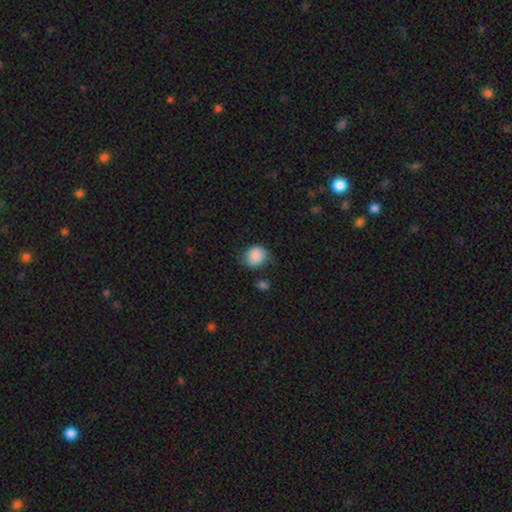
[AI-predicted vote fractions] Smooth or featured: smooth — 85% (star or artifact — 8%)
How rounded: round — 71% (in between — 28%)
Merging: none — 63% (minor disturbance — 27%)